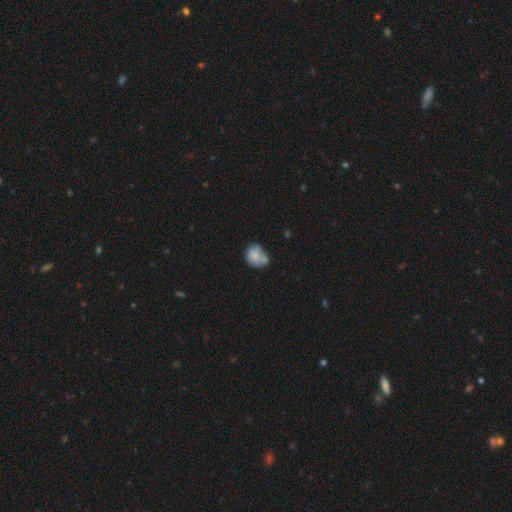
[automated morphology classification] This appears to be a smooth galaxy with no disk features (75%) that is round (70%). Merging: none (40%).